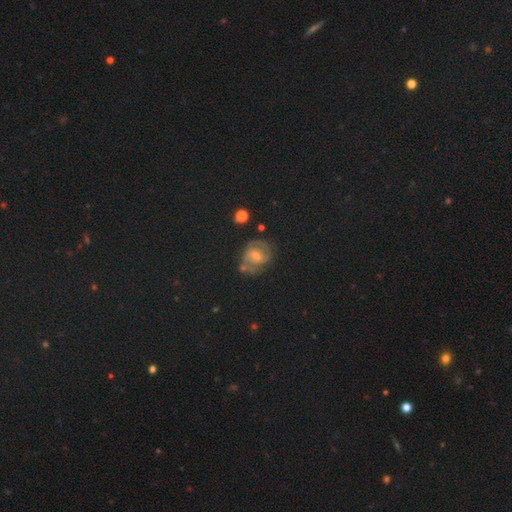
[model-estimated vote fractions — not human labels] The model was most divided on "bar": weak: 45%, no: 42%, strong: 13%. Remaining: edge-on disk — no (97%); spiral arms — yes (85%); spiral arm count — 2 (68%); merging — none (62%); smooth or featured — featured or disk (61%); bulge size — small (52%); spiral winding — medium (45%).